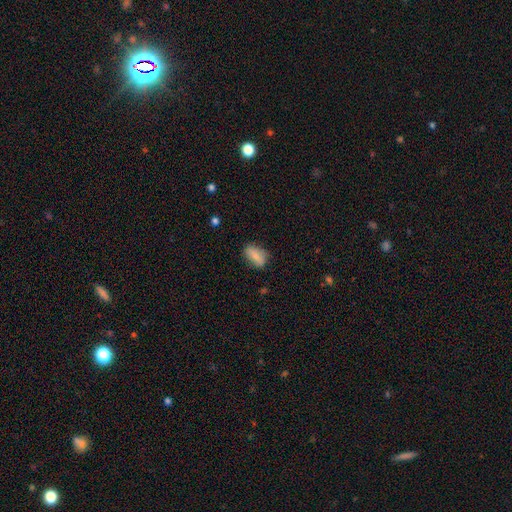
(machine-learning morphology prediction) type=smooth (78%); roundness=in between (83%); merging=none (73%).